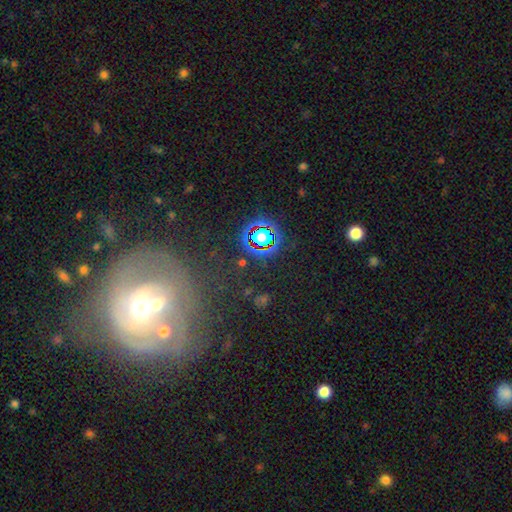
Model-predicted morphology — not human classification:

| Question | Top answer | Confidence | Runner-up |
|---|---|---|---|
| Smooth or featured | featured or disk | 51% | star or artifact (25%) |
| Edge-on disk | no | 91% | yes (9%) |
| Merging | none | 46% | merger (29%) |